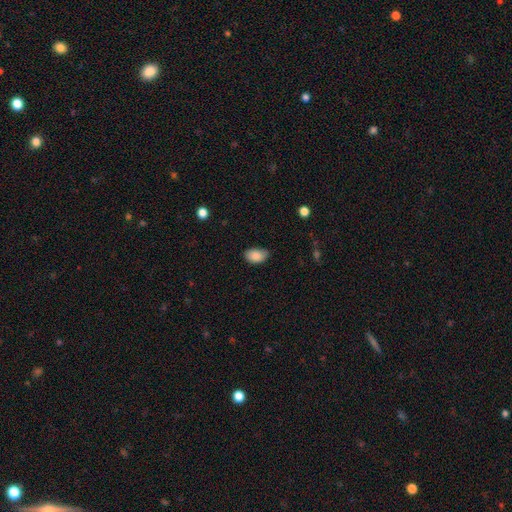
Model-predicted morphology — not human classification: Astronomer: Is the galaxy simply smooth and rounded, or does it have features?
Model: smooth — 88%.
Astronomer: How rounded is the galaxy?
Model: in between — 90%.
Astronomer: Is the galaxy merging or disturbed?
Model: none — 71%.